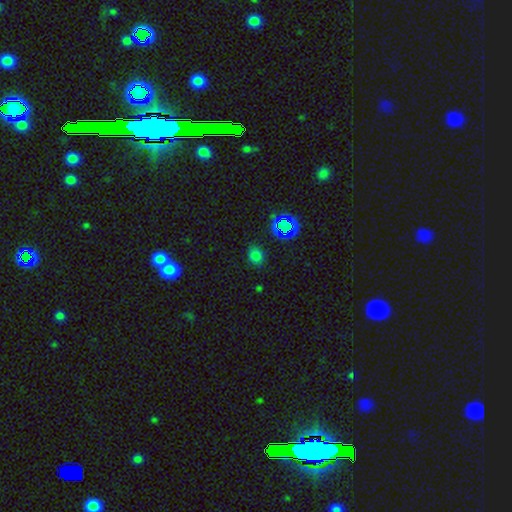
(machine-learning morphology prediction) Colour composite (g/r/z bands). It shows a smooth galaxy with no disk features (70%) that is round (63%). Merging: none (82%).